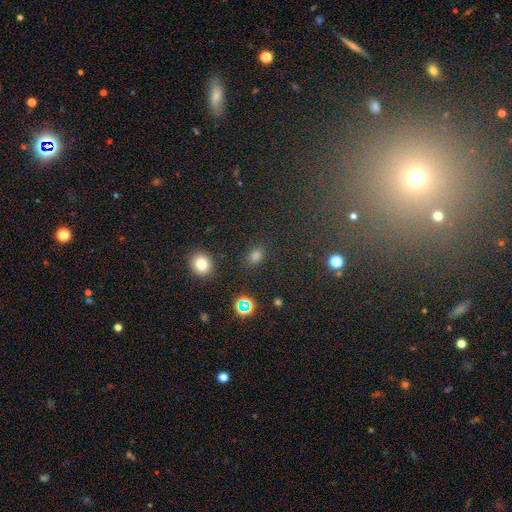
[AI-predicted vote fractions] Overall: smooth (75%). How rounded: in between (70%). Merging: none (85%).